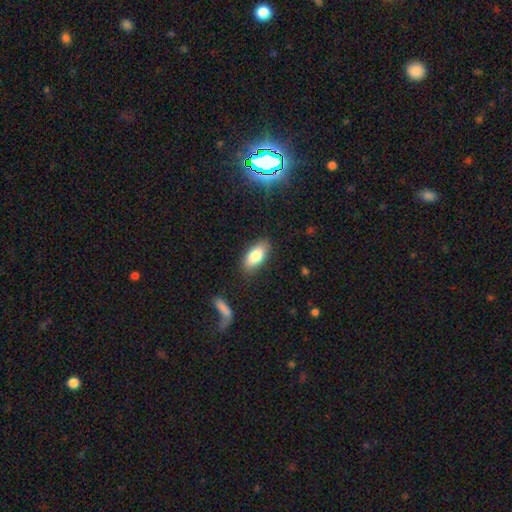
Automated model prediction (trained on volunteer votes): A smooth galaxy with no disk features (80%) that is in between round and cigar-shaped (88%).

Vote fractions:
- Smooth or featured? smooth: 80% / featured or disk: 12% / star or artifact: 7%
- How rounded? in between: 88% / cigar-shaped: 9% / round: 3%
- Merging? none: 84% / minor disturbance: 11% / major disturbance: 3% / merger: 2%